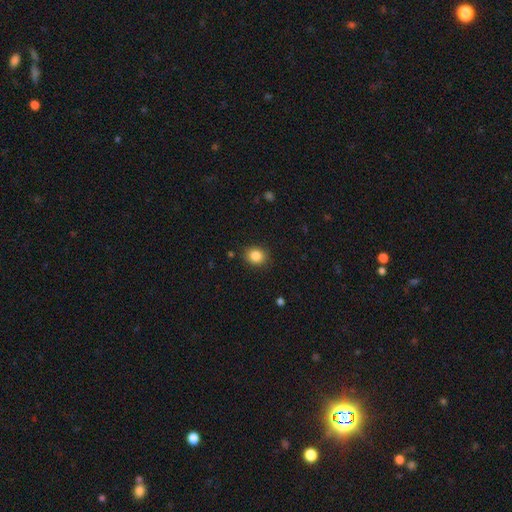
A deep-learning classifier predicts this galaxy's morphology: Smooth or featured? Predicted: smooth (p=0.85). How rounded? Predicted: round (p=0.67). Merging? Predicted: none (p=0.87).